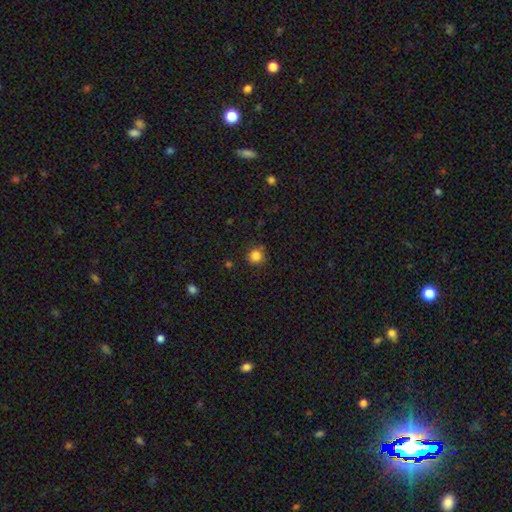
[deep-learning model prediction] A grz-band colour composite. It shows a smooth galaxy with no disk features (84%) that is round (93%). Merging: none (86%).